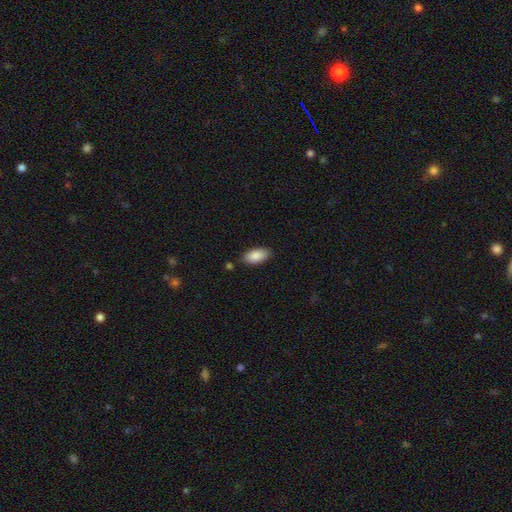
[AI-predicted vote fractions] Smooth or featured?
  - smooth: 88% *
  - star or artifact: 6%
  - featured or disk: 6%
How rounded?
  - in between: 93% *
  - cigar-shaped: 5%
  - round: 2%
Merging?
  - none: 84% *
  - minor disturbance: 11%
  - merger: 3%
  - major disturbance: 2%